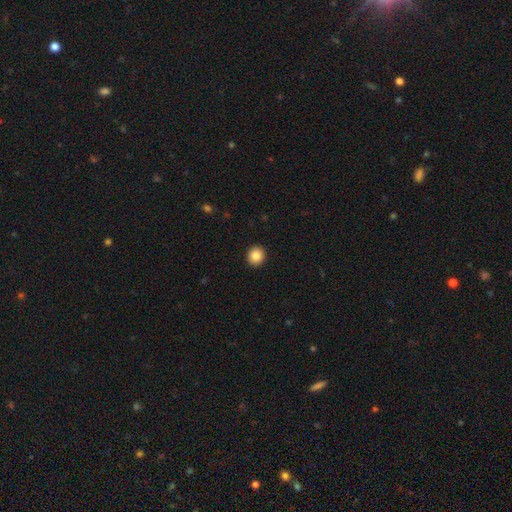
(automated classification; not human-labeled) Smooth or featured?
  - smooth: 86% *
  - star or artifact: 9%
  - featured or disk: 5%
How rounded?
  - round: 89% *
  - in between: 11%
  - cigar-shaped: 1%
Merging?
  - none: 93% *
  - minor disturbance: 5%
  - major disturbance: 2%
  - merger: 1%